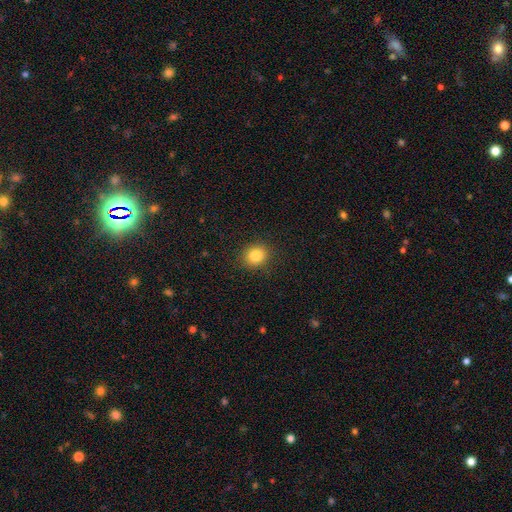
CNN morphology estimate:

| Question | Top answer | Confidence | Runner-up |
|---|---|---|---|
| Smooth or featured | smooth | 83% | star or artifact (11%) |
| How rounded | round | 75% | in between (24%) |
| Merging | none | 90% | minor disturbance (7%) |